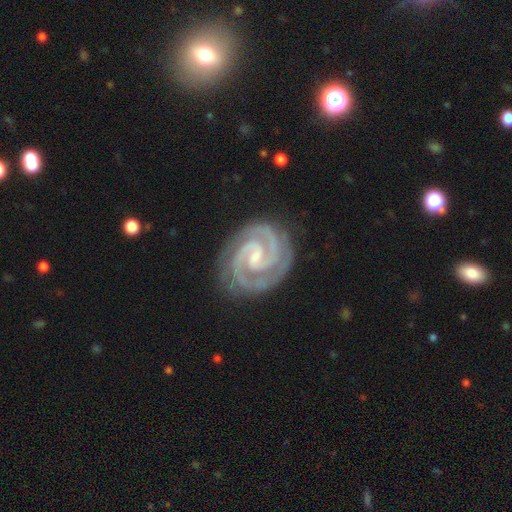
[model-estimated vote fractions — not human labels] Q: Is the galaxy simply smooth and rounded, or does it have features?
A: featured or disk — 94%.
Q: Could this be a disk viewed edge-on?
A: no — 98%.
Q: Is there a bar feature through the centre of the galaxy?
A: weak — 48%.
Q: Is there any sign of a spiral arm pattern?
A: yes — 99%.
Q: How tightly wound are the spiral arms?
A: tight — 71%.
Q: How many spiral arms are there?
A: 2 — 88%.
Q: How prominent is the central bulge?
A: small — 63%.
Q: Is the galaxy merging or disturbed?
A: none — 84%.